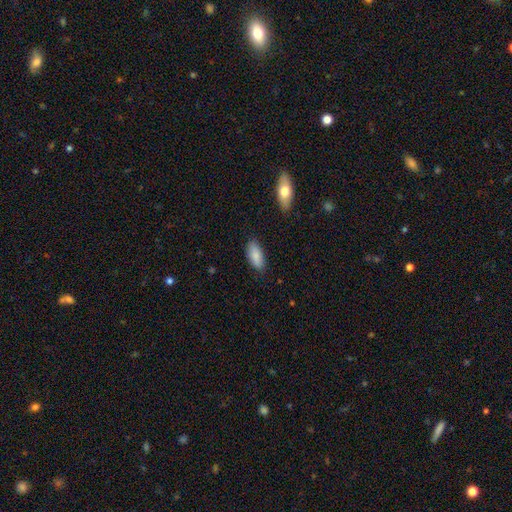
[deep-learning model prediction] Smooth or featured: smooth — 87% (featured or disk — 7%)
How rounded: in between — 87% (cigar-shaped — 11%)
Merging: none — 84% (minor disturbance — 12%)